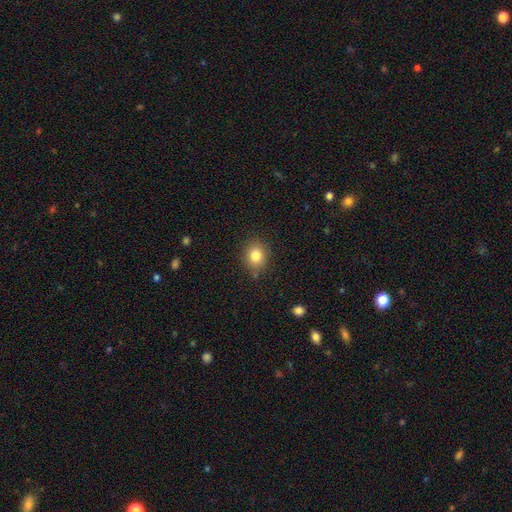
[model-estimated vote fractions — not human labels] smooth-or-featured: smooth: 82% | star or artifact: 11% | featured or disk: 7%
  how-rounded: round: 62% | in between: 37% | cigar-shaped: 1%
  merging: none: 85% | minor disturbance: 11% | major disturbance: 3% | merger: 2%